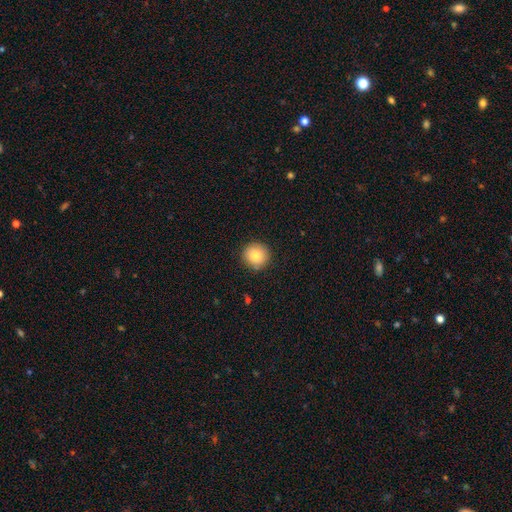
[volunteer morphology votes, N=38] A smooth galaxy with no disk features (79%) that is round (100%). Merging: none (82%).